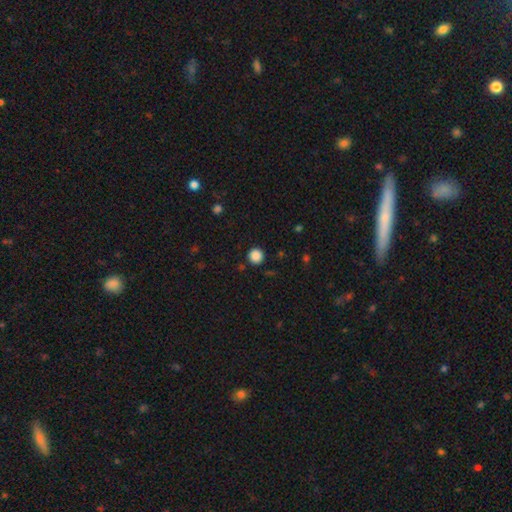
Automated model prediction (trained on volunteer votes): Overall: smooth (87%). How rounded: round (95%). Merging: none (91%).